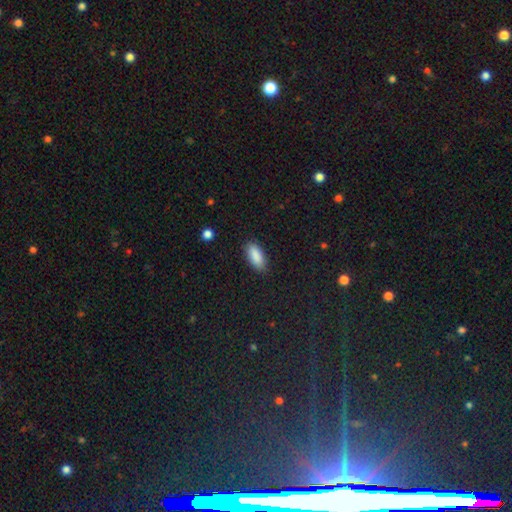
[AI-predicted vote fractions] Smooth or featured: smooth — 89% (star or artifact — 7%)
How rounded: in between — 86% (cigar-shaped — 12%)
Merging: none — 86% (minor disturbance — 10%)